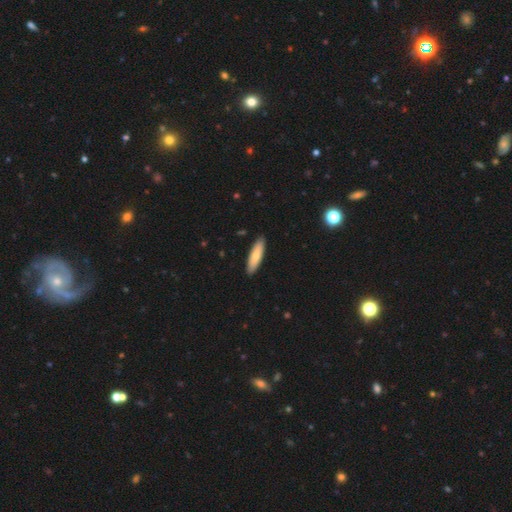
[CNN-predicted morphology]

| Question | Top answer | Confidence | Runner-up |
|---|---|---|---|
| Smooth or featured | smooth | 76% | featured or disk (19%) |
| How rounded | cigar-shaped | 63% | in between (35%) |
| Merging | none | 90% | minor disturbance (7%) |